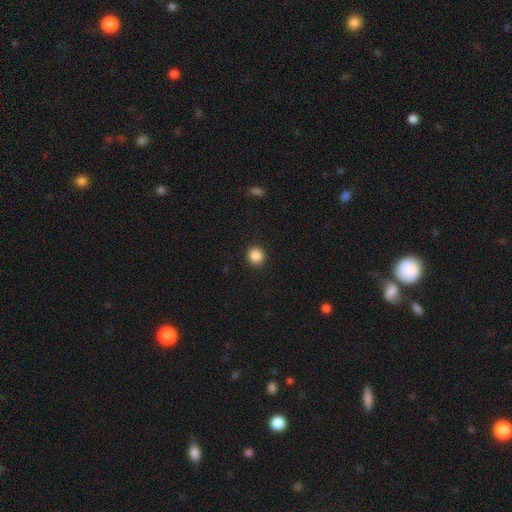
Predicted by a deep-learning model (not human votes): smooth-or-featured: smooth: 87% | star or artifact: 10% | featured or disk: 3%
  how-rounded: round: 90% | in between: 9% | cigar-shaped: 1%
  merging: none: 92% | minor disturbance: 5% | major disturbance: 2% | merger: 1%